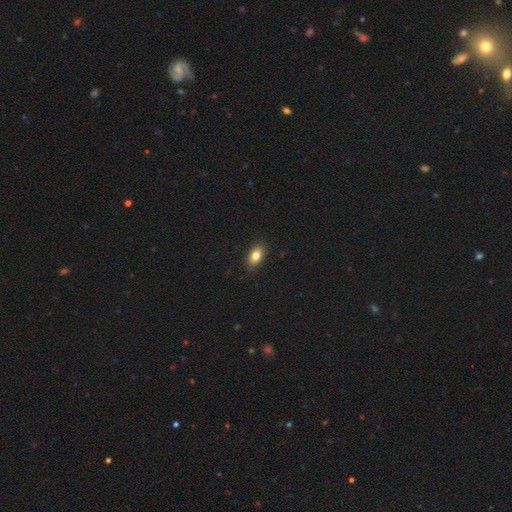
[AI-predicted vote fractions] Q: Smooth or featured?
A: smooth (81%); runner-up: featured or disk (11%)
Q: How rounded?
A: in between (88%); runner-up: round (9%)
Q: Merging?
A: none (86%); runner-up: minor disturbance (11%)